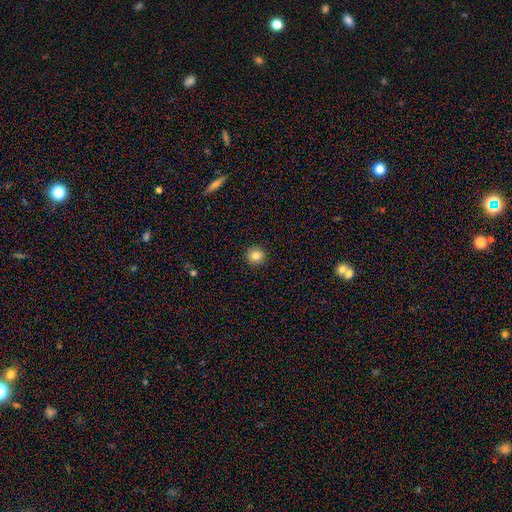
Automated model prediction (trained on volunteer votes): Smooth or featured: smooth — 84% (star or artifact — 10%)
How rounded: round — 93% (in between — 6%)
Merging: none — 93% (minor disturbance — 5%)